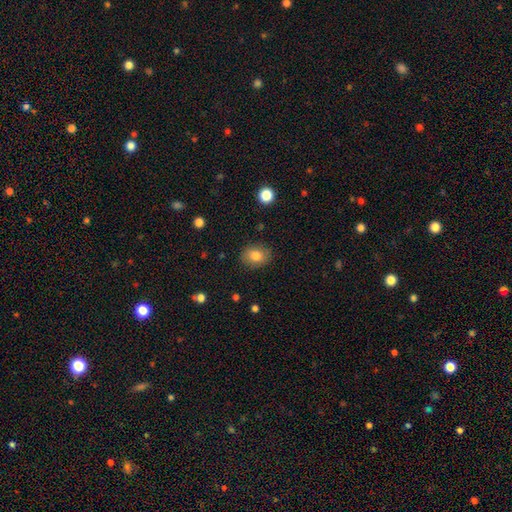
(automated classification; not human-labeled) A smooth galaxy with no disk features (82%) that is in between round and cigar-shaped (60%).

Vote fractions:
- Smooth or featured? smooth: 82% / featured or disk: 9% / star or artifact: 9%
- How rounded? in between: 60% / round: 39% / cigar-shaped: 1%
- Merging? none: 85% / minor disturbance: 11% / major disturbance: 3% / merger: 1%